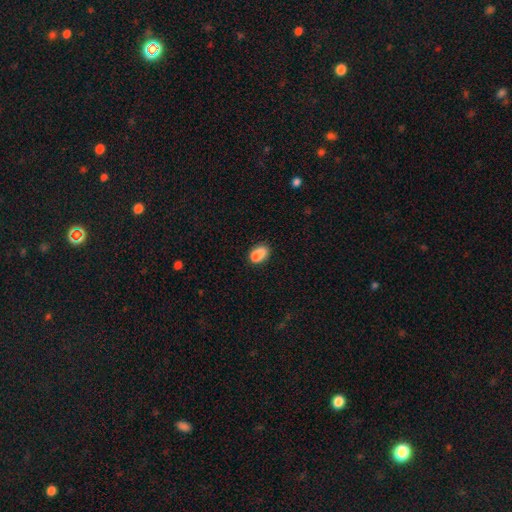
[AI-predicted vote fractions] Morphology: type=smooth (77%); roundness=in between (79%); merging=none (43%).